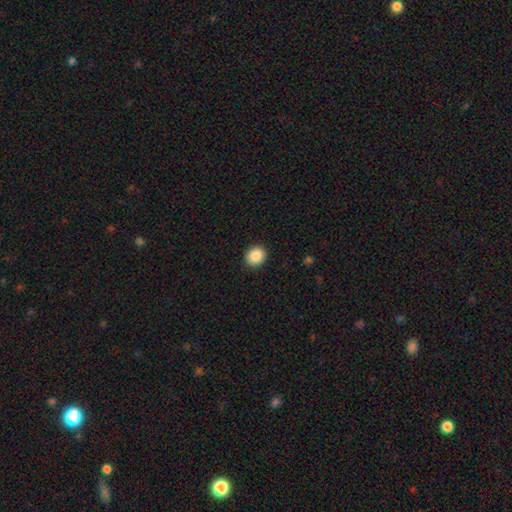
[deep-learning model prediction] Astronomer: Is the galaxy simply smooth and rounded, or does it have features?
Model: smooth — 88%.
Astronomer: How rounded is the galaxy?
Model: round — 76%.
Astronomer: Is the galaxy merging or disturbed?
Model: none — 92%.